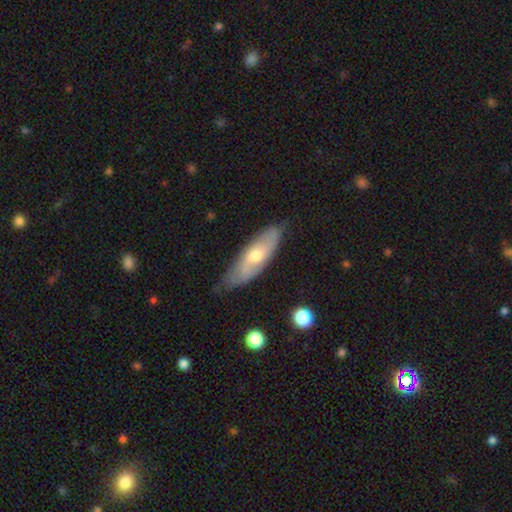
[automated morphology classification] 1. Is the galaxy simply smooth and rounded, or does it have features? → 51% featured or disk, 42% smooth, 6% star or artifact.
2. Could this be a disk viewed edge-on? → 67% no, 33% yes.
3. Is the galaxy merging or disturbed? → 74% none, 20% minor disturbance, 4% major disturbance, 2% merger.